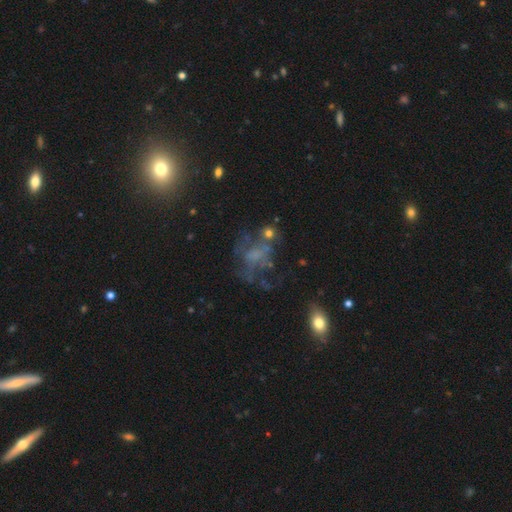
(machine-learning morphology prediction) type=featured or disk (51%); edge-on=no (97%); merging=none (37%).